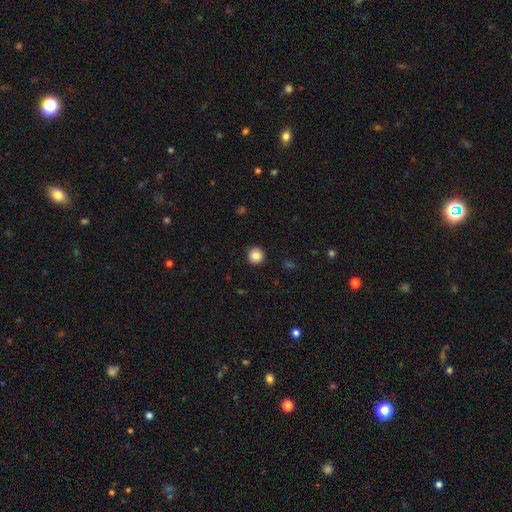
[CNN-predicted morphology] Smooth or featured? smooth (87%)
How rounded? round (95%)
Merging? none (93%)